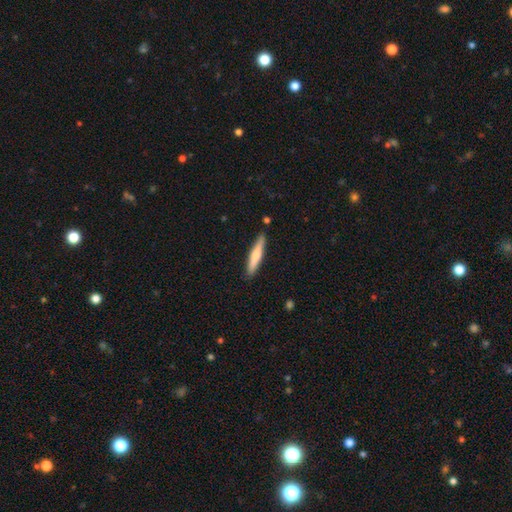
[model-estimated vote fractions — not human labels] A smooth galaxy with no disk features (66%) that is cigar-shaped (91%). Merging: none (86%).